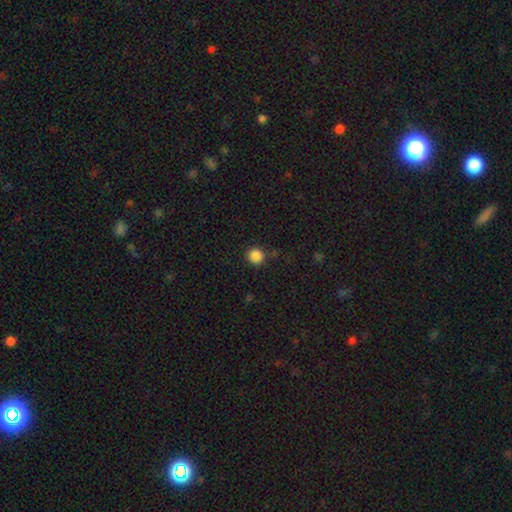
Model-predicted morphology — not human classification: Q: Smooth or featured?
A: smooth (87%); runner-up: star or artifact (11%)
Q: How rounded?
A: round (95%); runner-up: in between (4%)
Q: Merging?
A: none (87%); runner-up: minor disturbance (8%)